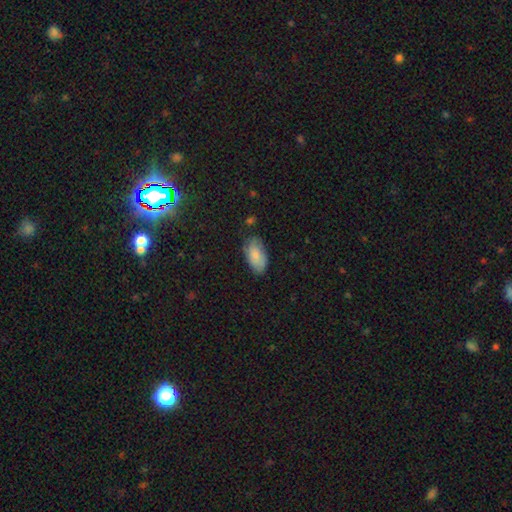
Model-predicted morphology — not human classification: The model was most divided on "merging": none: 70%, minor disturbance: 23%, major disturbance: 5%, merger: 2%. More confident: how rounded — in between (94%); smooth or featured — smooth (77%).